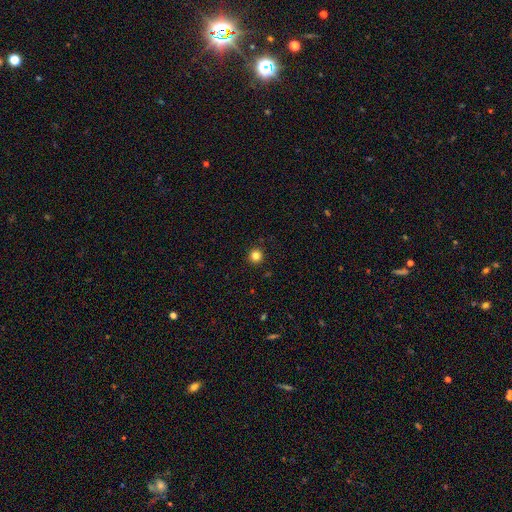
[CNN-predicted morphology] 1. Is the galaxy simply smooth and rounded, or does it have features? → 83% smooth, 13% star or artifact, 4% featured or disk.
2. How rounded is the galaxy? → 96% round, 3% in between, 1% cigar-shaped.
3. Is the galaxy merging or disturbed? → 93% none, 4% minor disturbance, 1% major disturbance, 1% merger.